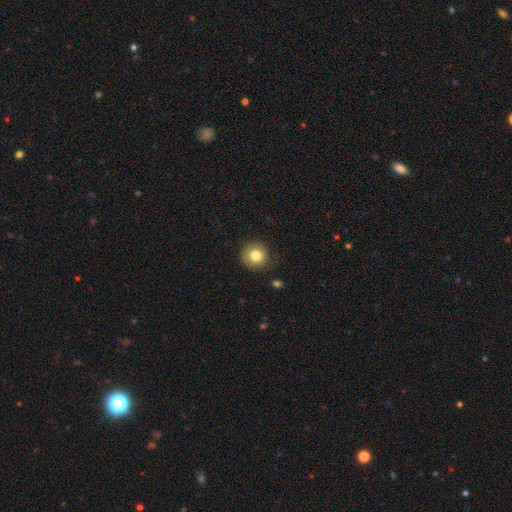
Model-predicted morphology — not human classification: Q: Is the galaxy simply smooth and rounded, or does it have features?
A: smooth — 82%.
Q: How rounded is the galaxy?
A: round — 93%.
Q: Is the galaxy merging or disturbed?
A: none — 86%.